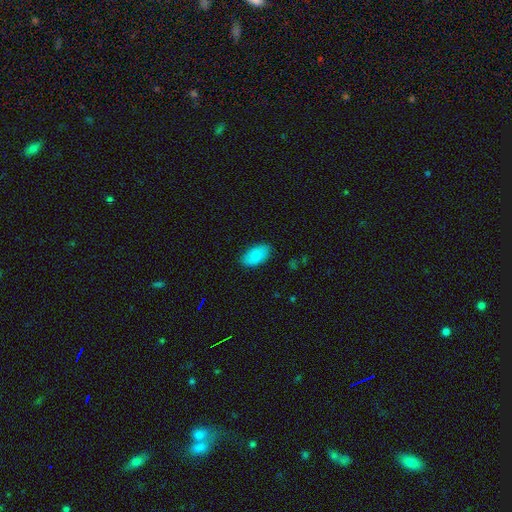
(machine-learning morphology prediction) Smooth or featured? smooth (89%)
How rounded? in between (95%)
Merging? none (84%)